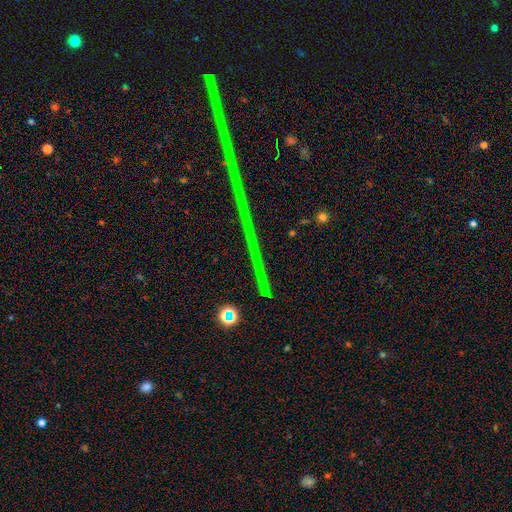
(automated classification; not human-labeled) smooth_or_featured: star or artifact (p=0.83) [alt: featured or disk p=0.10]